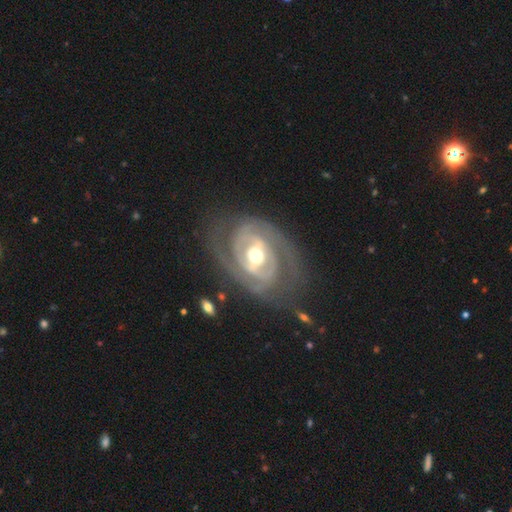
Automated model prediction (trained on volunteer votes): smooth_or_featured: featured or disk (p=0.84) [alt: smooth p=0.11]
disk_edge_on: no (p=0.96) [alt: yes p=0.04]
bar: weak (p=0.36) [alt: strong p=0.35]
has_spiral_arms: yes (p=0.77) [alt: no p=0.23]
spiral_winding: tight (p=0.59) [alt: medium p=0.29]
spiral_arm_count: 2 (p=0.59) [alt: can't tell p=0.21]
bulge_size: moderate (p=0.73) [alt: small p=0.12]
merging: none (p=0.70) [alt: minor disturbance p=0.17]